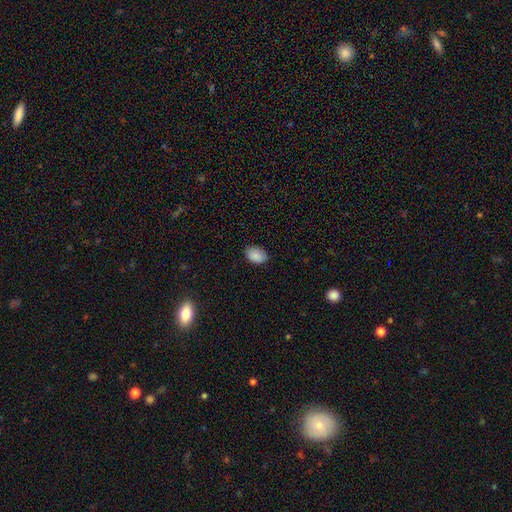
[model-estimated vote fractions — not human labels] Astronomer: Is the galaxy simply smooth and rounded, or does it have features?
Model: smooth — 89%.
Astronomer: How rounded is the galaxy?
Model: in between — 82%.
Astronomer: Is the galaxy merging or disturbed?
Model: none — 84%.